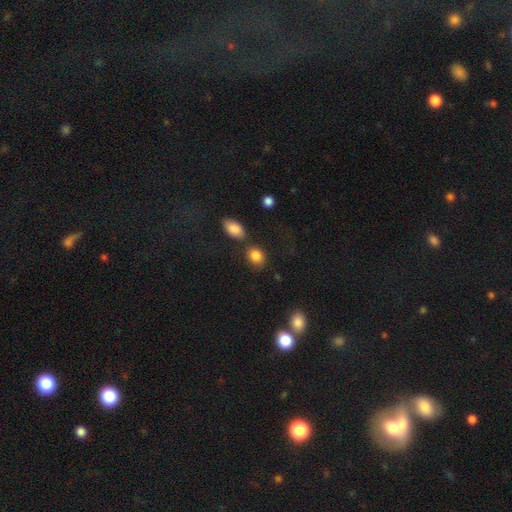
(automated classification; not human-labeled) A smooth galaxy with no disk features (86%) that is in between round and cigar-shaped (52%).

Vote fractions:
- Smooth or featured? smooth: 86% / star or artifact: 9% / featured or disk: 6%
- How rounded? in between: 52% / round: 46% / cigar-shaped: 2%
- Merging? none: 64% / merger: 17% / minor disturbance: 14% / major disturbance: 5%